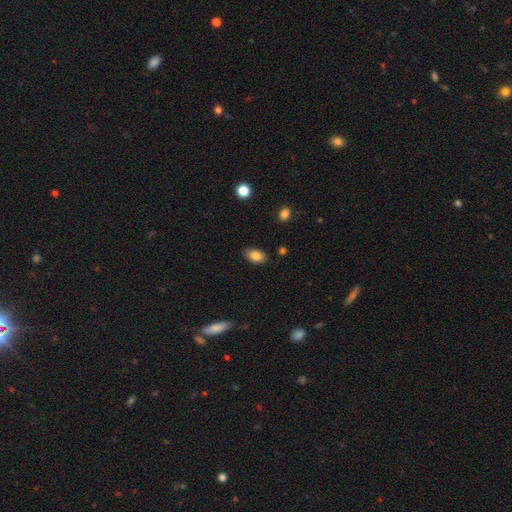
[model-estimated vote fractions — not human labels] This appears to be a smooth galaxy with no disk features (85%) that is in between round and cigar-shaped (90%). Merging: none (83%).